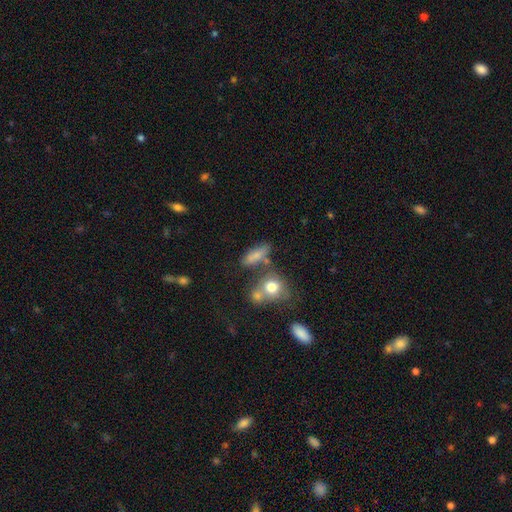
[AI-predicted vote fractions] This appears to be a smooth galaxy with no disk features (74%) that is in between round and cigar-shaped (59%). Merging: none (51%).